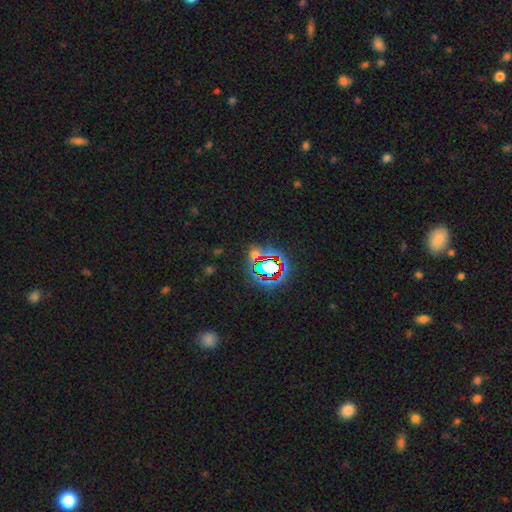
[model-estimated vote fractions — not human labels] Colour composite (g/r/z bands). It shows a star or artifact, not a galaxy (65%).